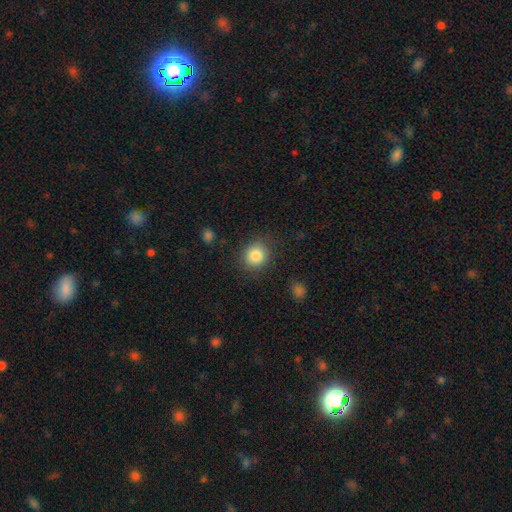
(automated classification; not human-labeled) Q: Smooth or featured?
A: smooth (85%); runner-up: star or artifact (9%)
Q: How rounded?
A: round (82%); runner-up: in between (17%)
Q: Merging?
A: none (85%); runner-up: minor disturbance (10%)